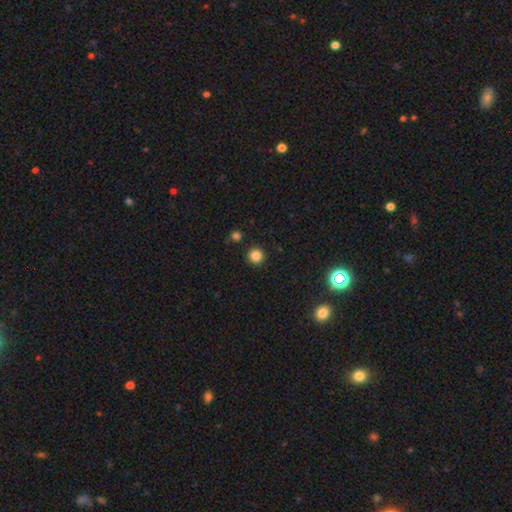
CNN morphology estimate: This is clearly a smooth galaxy (84%). How rounded: clearly round (95%). Merging: clearly none (91%).